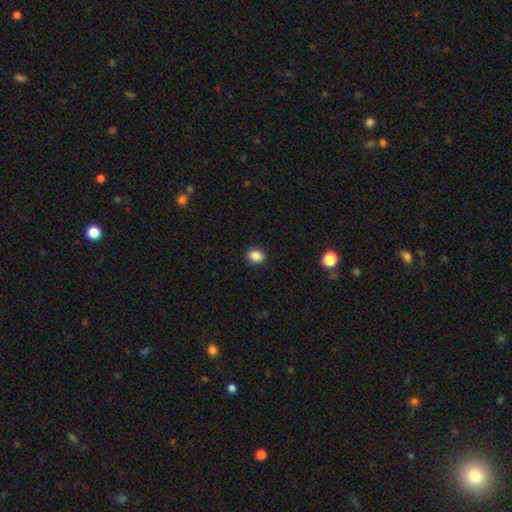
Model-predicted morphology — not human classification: smooth-or-featured: smooth: 87% | star or artifact: 10% | featured or disk: 3%
  how-rounded: in between: 58% | round: 41% | cigar-shaped: 1%
  merging: none: 90% | minor disturbance: 7% | major disturbance: 2% | merger: 1%